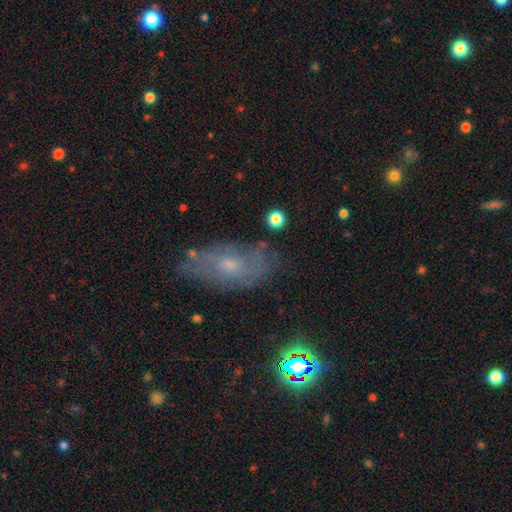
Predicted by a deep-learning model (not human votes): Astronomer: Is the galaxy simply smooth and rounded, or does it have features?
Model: featured or disk — 49% (runner-up: smooth, 32%).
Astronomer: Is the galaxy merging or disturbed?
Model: none — 74%.